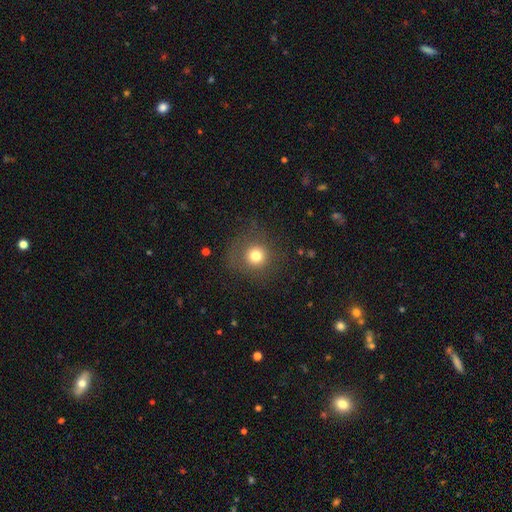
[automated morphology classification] smooth-or-featured: smooth: 76% | star or artifact: 14% | featured or disk: 10%
  how-rounded: round: 92% | in between: 7% | cigar-shaped: 1%
  merging: none: 81% | minor disturbance: 11% | major disturbance: 7% | merger: 1%